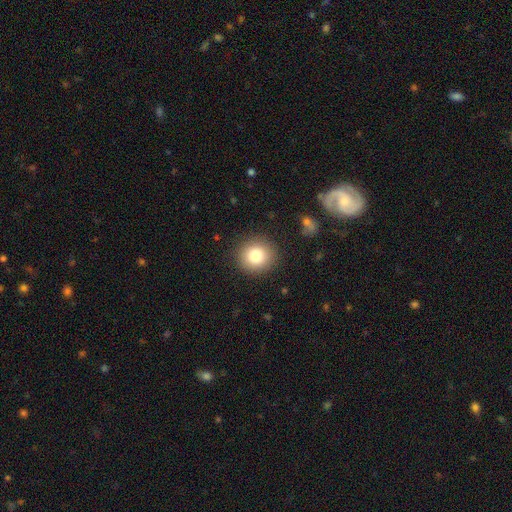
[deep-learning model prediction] A smooth galaxy with no disk features (83%) that is round (88%). Merging: none (89%).